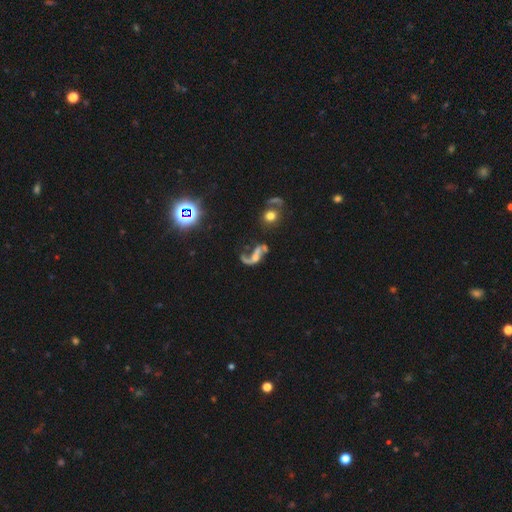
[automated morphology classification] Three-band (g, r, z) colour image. It shows a featured or disk galaxy (72%) with no bar (54%), 2 (68%) loose (86%) spiral arms (78%) and a small central bulge (36%). Merging: major disturbance (31%, tied with none).